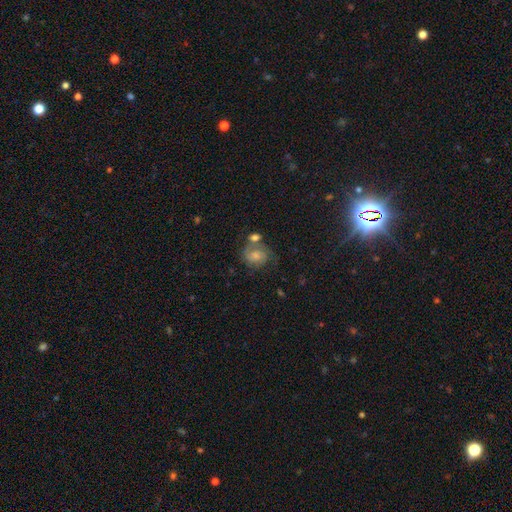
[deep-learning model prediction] A featured or disk galaxy (56%) with no bar (64%), spiral arms (87%) and a small central bulge (37%).

Vote fractions:
- Smooth or featured? featured or disk: 56% / smooth: 35% / star or artifact: 9%
- Edge-on disk? no: 98% / yes: 2%
- Bar? no: 64% / weak: 31% / strong: 5%
- Spiral arms? yes: 87% / no: 13%
- Bulge size? small: 37% / moderate: 35% / none: 16% / large: 9% / dominant: 2%
- Merging? none: 40% / merger: 25% / minor disturbance: 20% / major disturbance: 15%